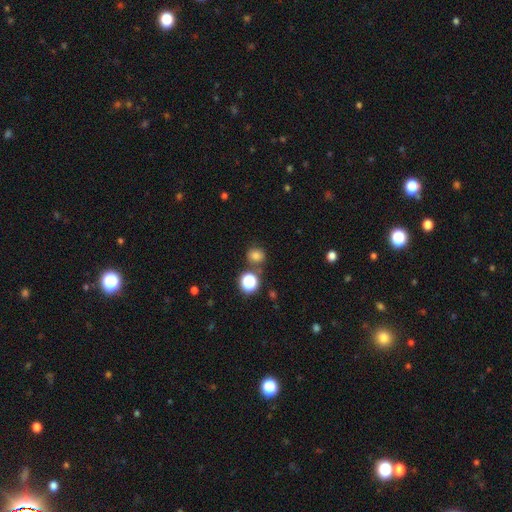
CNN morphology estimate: smooth-or-featured: smooth: 75% | star or artifact: 19% | featured or disk: 6%
  how-rounded: round: 75% | in between: 24% | cigar-shaped: 1%
  merging: none: 76% | minor disturbance: 11% | merger: 10% | major disturbance: 4%